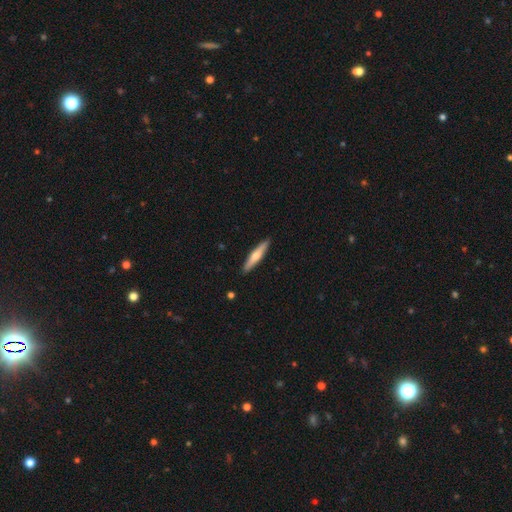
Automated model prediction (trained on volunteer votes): smooth_or_featured: smooth (p=0.51) [alt: featured or disk p=0.44]
how_rounded: cigar-shaped (p=0.89) [alt: in between p=0.09]
merging: none (p=0.91) [alt: minor disturbance p=0.06]